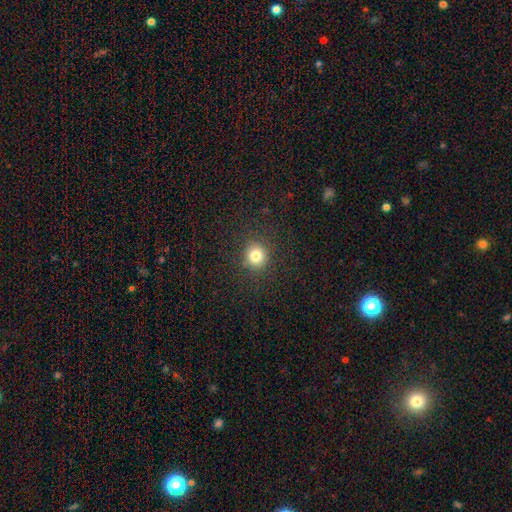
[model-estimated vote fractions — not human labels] Smooth or featured? smooth (81%)
How rounded? round (89%)
Merging? none (88%)